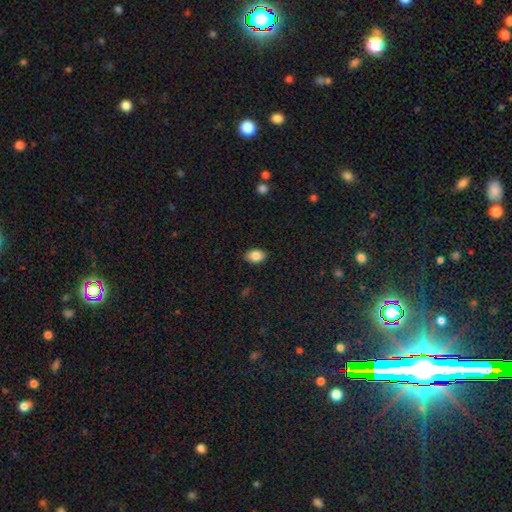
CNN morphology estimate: A smooth galaxy with no disk features (84%) that is in between round and cigar-shaped (81%). Merging: none (88%).